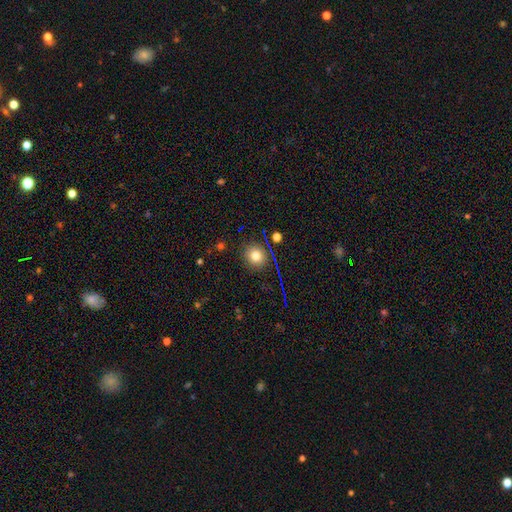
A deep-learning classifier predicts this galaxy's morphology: A smooth galaxy with no disk features (76%) that is round (89%).

Vote fractions:
- Smooth or featured? smooth: 76% / star or artifact: 15% / featured or disk: 10%
- How rounded? round: 89% / in between: 10% / cigar-shaped: 1%
- Merging? none: 87% / minor disturbance: 8% / major disturbance: 3% / merger: 2%